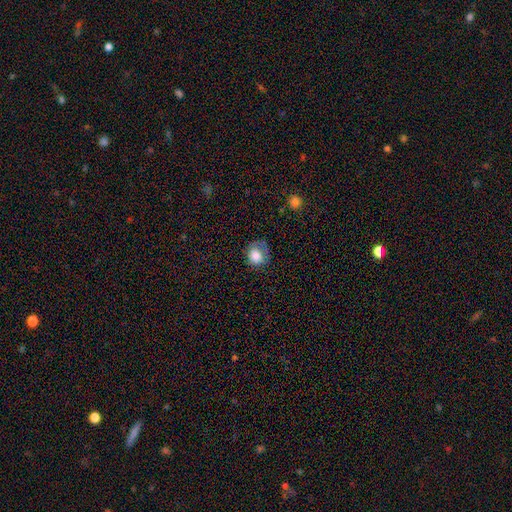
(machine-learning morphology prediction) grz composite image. It shows a smooth galaxy with no disk features (80%) that is round (69%). Merging: none (49%).